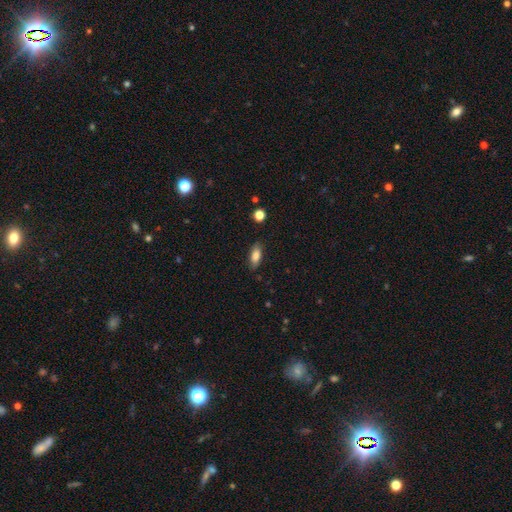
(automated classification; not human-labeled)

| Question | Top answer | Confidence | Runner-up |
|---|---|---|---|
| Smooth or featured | smooth | 81% | featured or disk (11%) |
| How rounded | in between | 80% | cigar-shaped (17%) |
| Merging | none | 85% | minor disturbance (12%) |